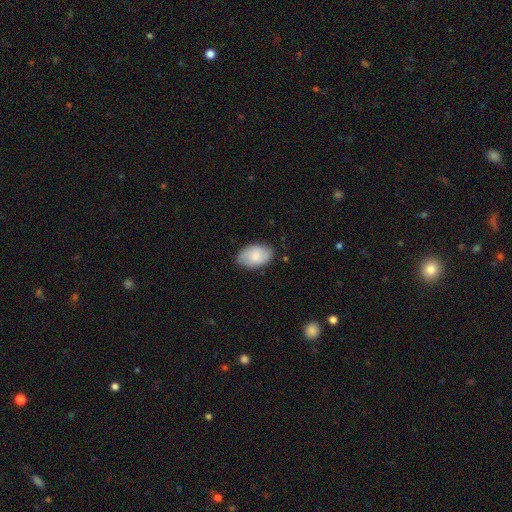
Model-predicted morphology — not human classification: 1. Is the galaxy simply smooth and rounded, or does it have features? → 81% smooth, 13% featured or disk, 6% star or artifact.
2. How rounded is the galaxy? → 92% in between, 7% round, 1% cigar-shaped.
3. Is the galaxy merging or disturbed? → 80% none, 16% minor disturbance, 3% major disturbance, 1% merger.